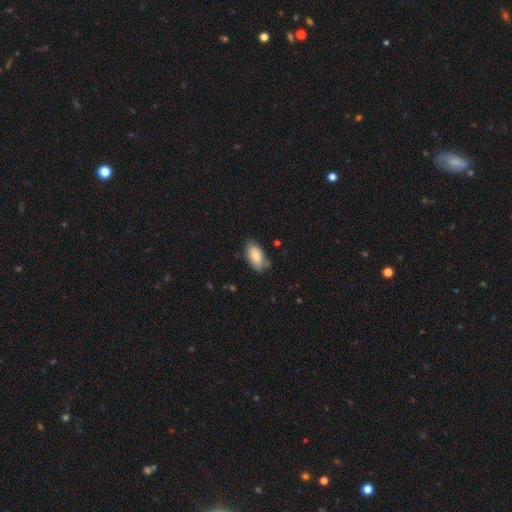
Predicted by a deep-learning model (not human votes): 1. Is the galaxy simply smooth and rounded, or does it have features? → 83% smooth, 10% featured or disk, 7% star or artifact.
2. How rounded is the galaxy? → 93% in between, 4% cigar-shaped, 3% round.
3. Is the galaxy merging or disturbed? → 70% none, 24% minor disturbance, 4% major disturbance, 2% merger.